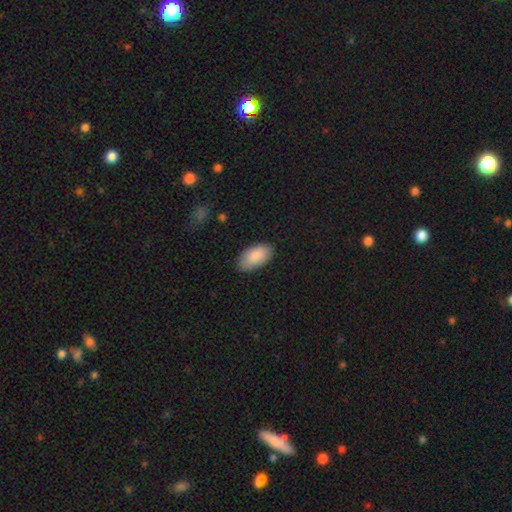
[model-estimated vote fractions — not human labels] A smooth galaxy with no disk features (89%) that is in between round and cigar-shaped (95%).

Vote fractions:
- Smooth or featured? smooth: 89% / star or artifact: 6% / featured or disk: 5%
- How rounded? in between: 95% / cigar-shaped: 3% / round: 2%
- Merging? none: 82% / minor disturbance: 14% / major disturbance: 3% / merger: 1%